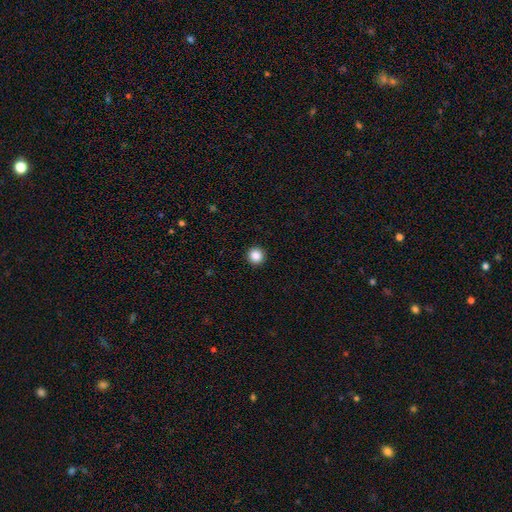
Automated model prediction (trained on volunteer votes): This appears to be a smooth galaxy with no disk features (87%) that is round (96%). Merging: none (94%).